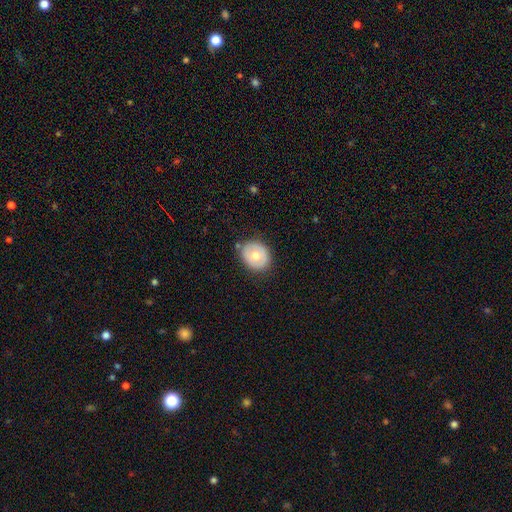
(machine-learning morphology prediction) Smooth or featured? smooth (60%)
How rounded? round (62%)
Merging? none (79%)